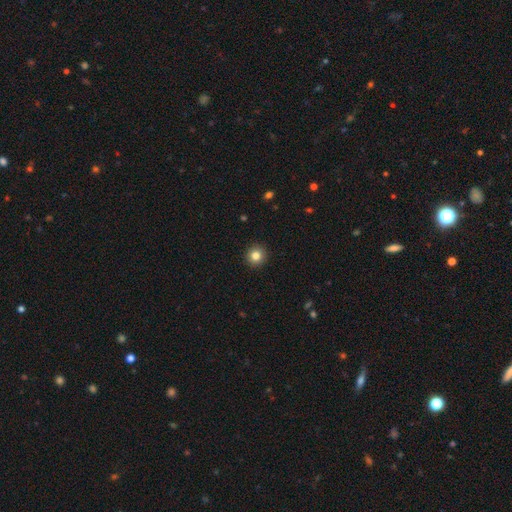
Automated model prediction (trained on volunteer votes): Overall: smooth (83%). How rounded: round (94%). Merging: none (93%).